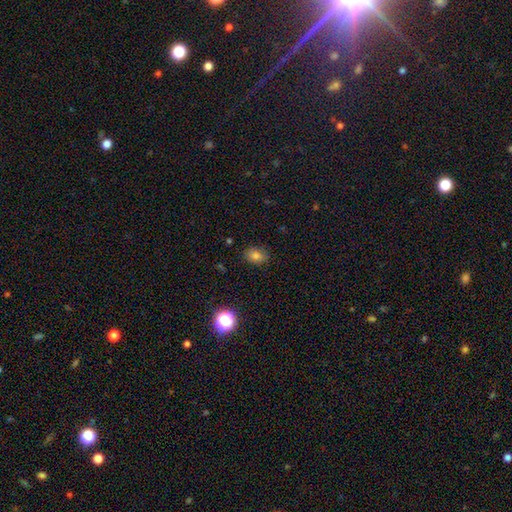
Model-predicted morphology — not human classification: Smooth or featured?
  - smooth: 79% *
  - star or artifact: 14%
  - featured or disk: 8%
How rounded?
  - in between: 62% *
  - round: 37%
  - cigar-shaped: 1%
Merging?
  - none: 83% *
  - minor disturbance: 13%
  - major disturbance: 3%
  - merger: 1%